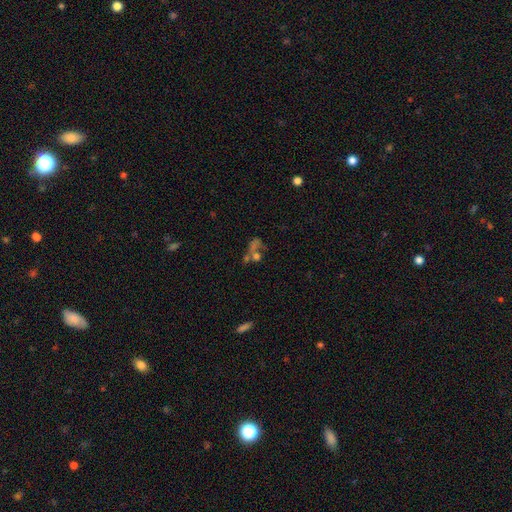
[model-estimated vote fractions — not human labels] This appears to be a star or artifact, not a galaxy (37%).